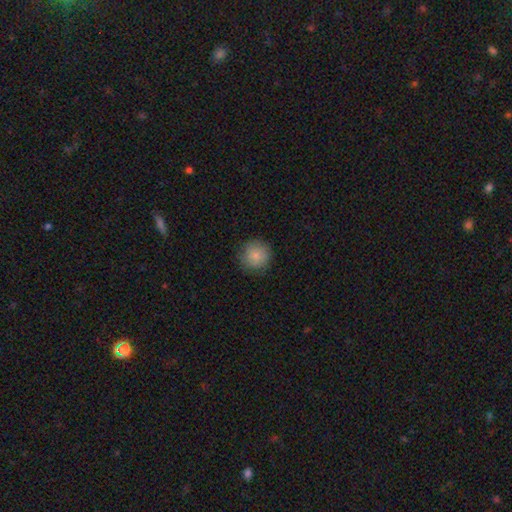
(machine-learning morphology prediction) type=smooth (84%); roundness=round (94%); merging=none (86%).